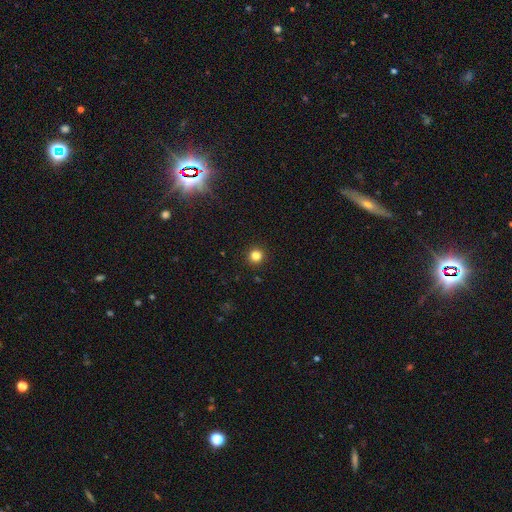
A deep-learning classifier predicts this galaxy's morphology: A smooth galaxy with no disk features (83%) that is round (94%).

Vote fractions:
- Smooth or featured? smooth: 83% / star or artifact: 13% / featured or disk: 4%
- How rounded? round: 94% / in between: 5% / cigar-shaped: 1%
- Merging? none: 93% / minor disturbance: 4% / major disturbance: 2% / merger: 1%